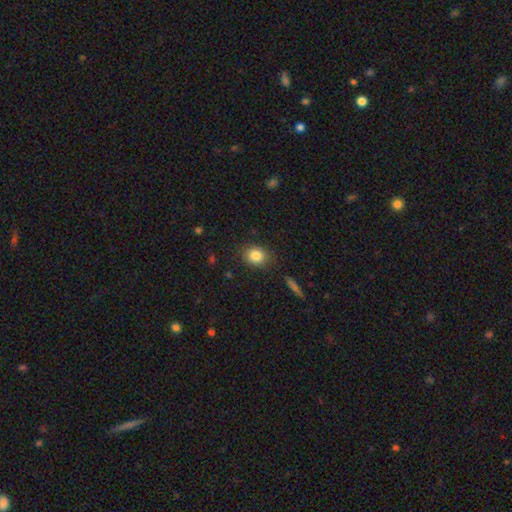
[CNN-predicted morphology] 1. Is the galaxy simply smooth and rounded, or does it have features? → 83% smooth, 10% star or artifact, 7% featured or disk.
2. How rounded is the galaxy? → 65% round, 34% in between, 1% cigar-shaped.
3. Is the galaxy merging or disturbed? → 85% none, 11% minor disturbance, 3% major disturbance, 2% merger.